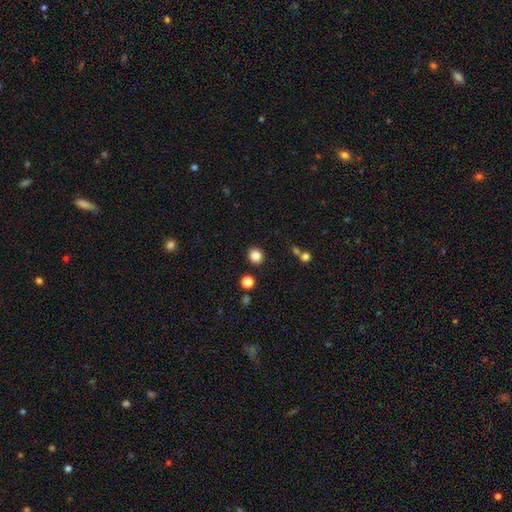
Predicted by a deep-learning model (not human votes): smooth 84%, star or artifact 11%, featured or disk 5%. Down the decision tree: how rounded — round (82%); merging — none (88%).